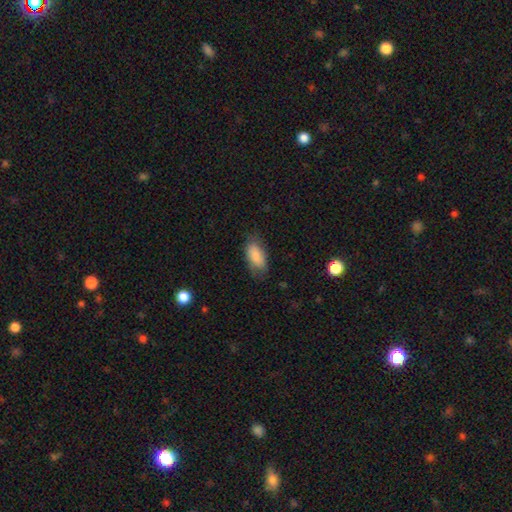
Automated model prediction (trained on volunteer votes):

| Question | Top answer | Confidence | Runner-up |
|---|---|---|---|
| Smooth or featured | smooth | 86% | featured or disk (8%) |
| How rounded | in between | 89% | cigar-shaped (8%) |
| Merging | none | 73% | minor disturbance (20%) |